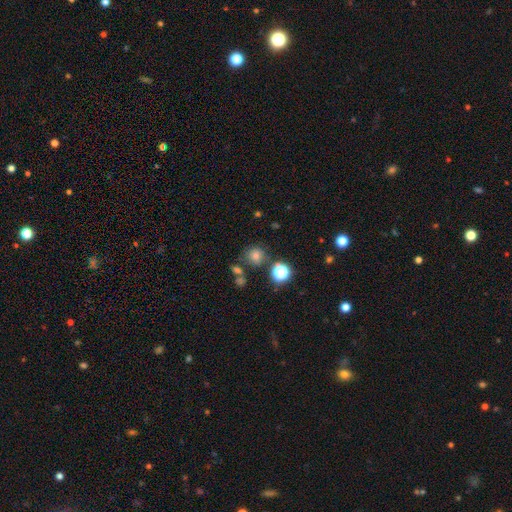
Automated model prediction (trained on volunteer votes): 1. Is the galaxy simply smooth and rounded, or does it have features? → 68% smooth, 23% star or artifact, 9% featured or disk.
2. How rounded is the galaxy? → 88% round, 11% in between, 1% cigar-shaped.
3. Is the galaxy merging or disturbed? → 75% none, 11% merger, 11% minor disturbance, 4% major disturbance.